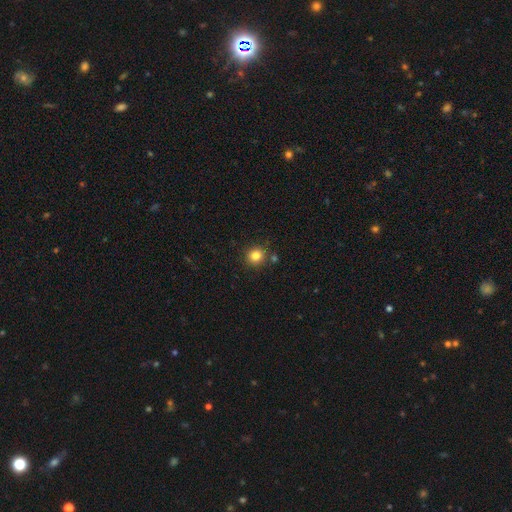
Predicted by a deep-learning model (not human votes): A smooth galaxy with no disk features (83%) that is round (89%).

Vote fractions:
- Smooth or featured? smooth: 83% / star or artifact: 12% / featured or disk: 5%
- How rounded? round: 89% / in between: 10% / cigar-shaped: 1%
- Merging? none: 84% / minor disturbance: 8% / merger: 5% / major disturbance: 2%